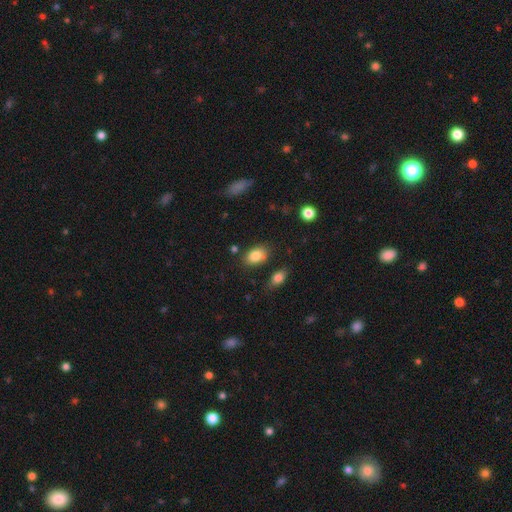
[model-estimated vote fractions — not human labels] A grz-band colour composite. It shows a smooth galaxy with no disk features (85%) that is in between round and cigar-shaped (85%). Merging: none (78%).